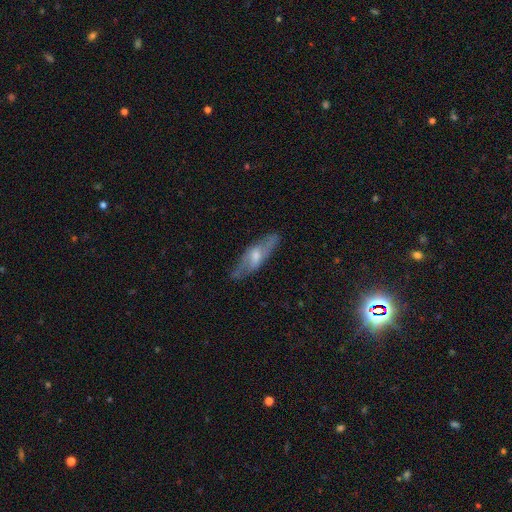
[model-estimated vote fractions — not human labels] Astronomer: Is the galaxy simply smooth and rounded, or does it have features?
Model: featured or disk — 63%.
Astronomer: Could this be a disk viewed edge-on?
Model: yes — 51% (runner-up: no, 49%).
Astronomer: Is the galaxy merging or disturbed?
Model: none — 77%.